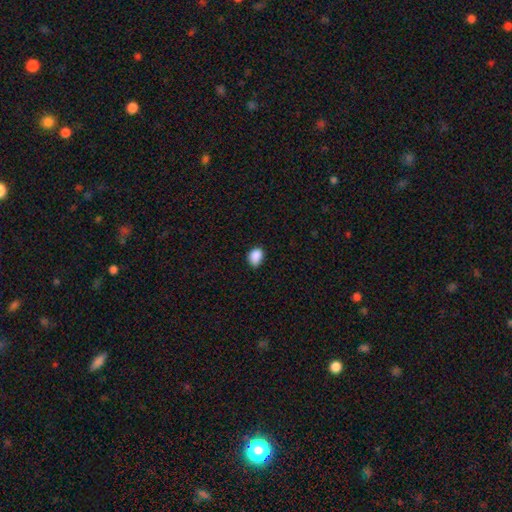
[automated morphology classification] type=smooth (88%); roundness=in between (72%); merging=none (70%).